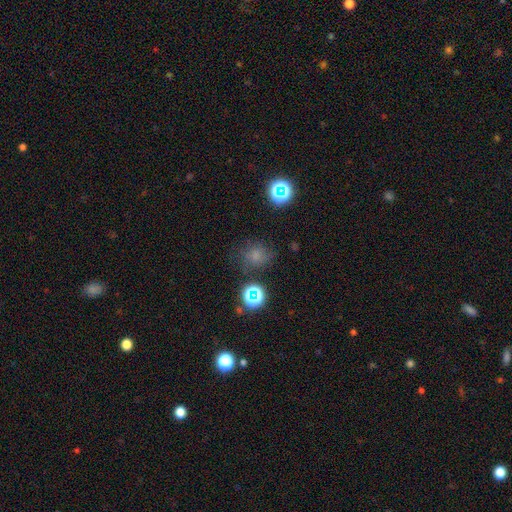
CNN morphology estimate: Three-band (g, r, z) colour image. It shows a smooth galaxy with no disk features (60%) that is round (75%). Merging: none (65%).